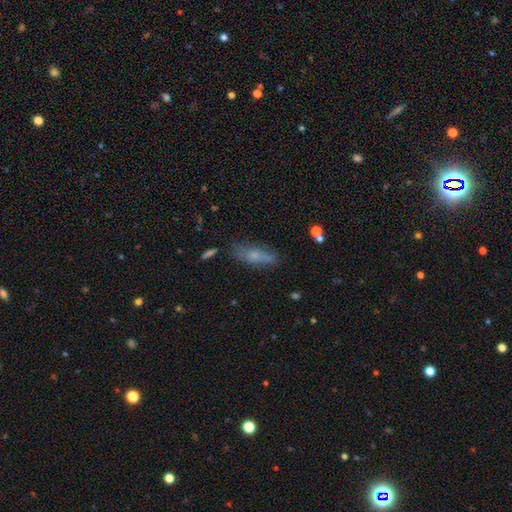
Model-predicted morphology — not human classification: Overall: smooth (65%; featured or disk 25%). How rounded: in between (54%; cigar-shaped 43%). Merging: none (66%).